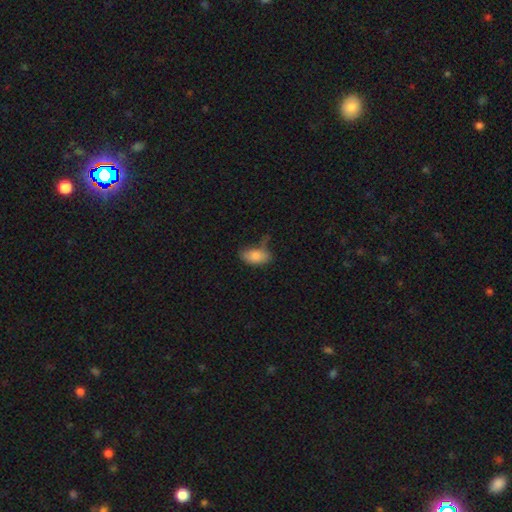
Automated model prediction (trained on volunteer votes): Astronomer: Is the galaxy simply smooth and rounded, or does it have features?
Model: smooth — 83%.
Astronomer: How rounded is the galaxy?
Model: in between — 92%.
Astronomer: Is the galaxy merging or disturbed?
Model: none — 50% (runner-up: minor disturbance, 31%).